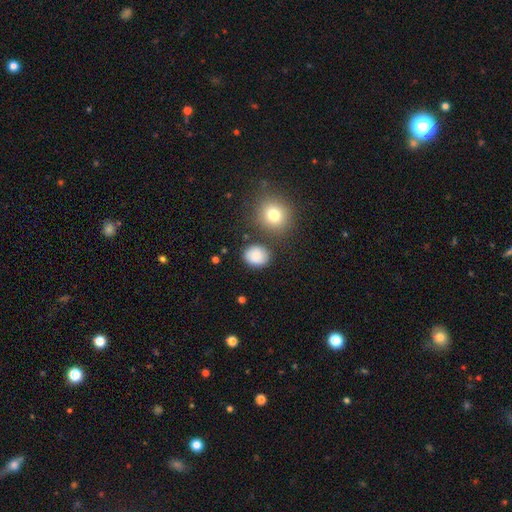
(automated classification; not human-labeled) Q: Smooth or featured?
A: smooth (85%); runner-up: star or artifact (9%)
Q: How rounded?
A: round (61%); runner-up: in between (38%)
Q: Merging?
A: none (77%); runner-up: minor disturbance (14%)